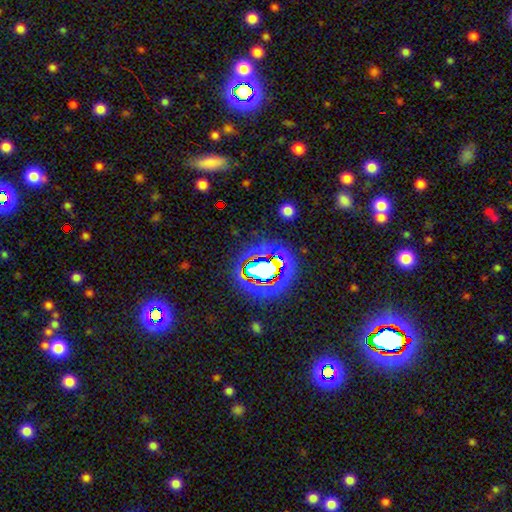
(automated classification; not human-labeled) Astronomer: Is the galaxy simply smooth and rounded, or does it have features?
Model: star or artifact — 78%.